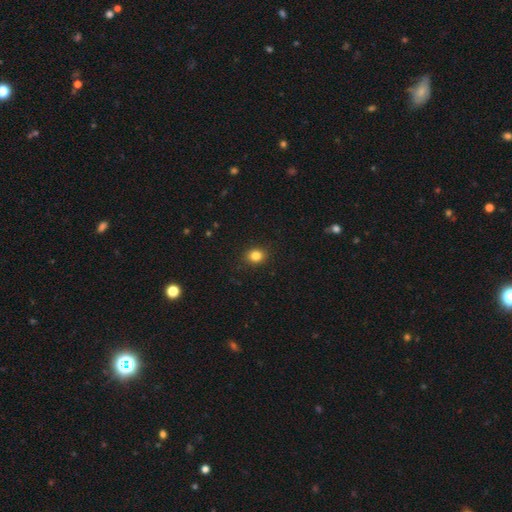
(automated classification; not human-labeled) Smooth or featured: smooth — 83% (star or artifact — 12%)
How rounded: round — 66% (in between — 33%)
Merging: none — 90% (minor disturbance — 7%)